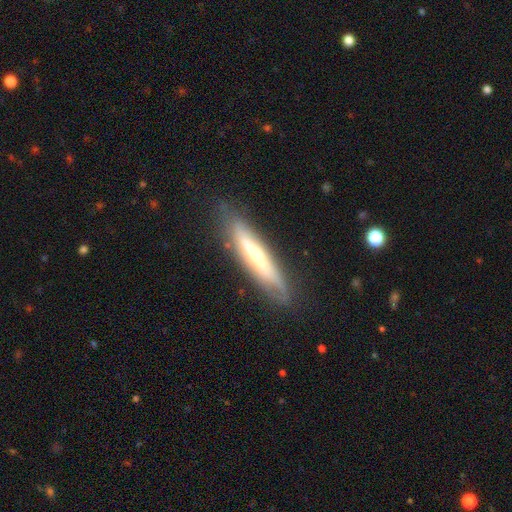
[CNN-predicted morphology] This is possibly a featured or disk galaxy (51%). It is likely viewed edge-on (72%). Merging: likely none (76%).